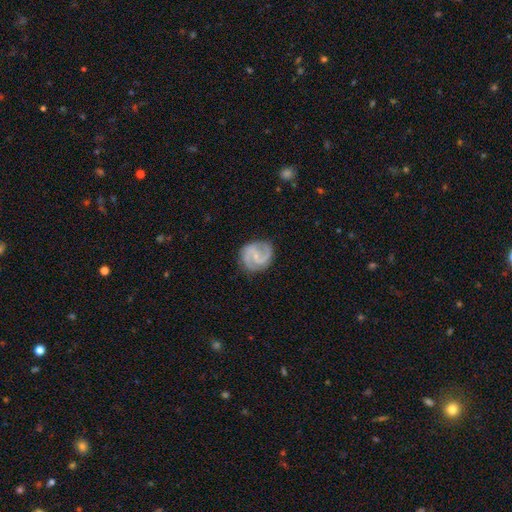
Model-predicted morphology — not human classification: A featured or disk galaxy (88%) with a weak bar (50%), 2 (89%) medium (56%) spiral arms (97%) and a small central bulge (70%).

Vote fractions:
- Smooth or featured? featured or disk: 88% / smooth: 8% / star or artifact: 4%
- Edge-on disk? no: 98% / yes: 2%
- Bar? weak: 50% / no: 33% / strong: 17%
- Spiral arms? yes: 97% / no: 3%
- Spiral winding? medium: 56% / tight: 28% / loose: 16%
- Spiral arm count? 2: 89% / 3: 4% / can't tell: 3% / 1: 2% / 4: 1% / more than 4: 1%
- Bulge size? small: 70% / moderate: 17% / none: 11% / large: 1% / dominant: 1%
- Merging? none: 81% / minor disturbance: 13% / major disturbance: 4% / merger: 1%